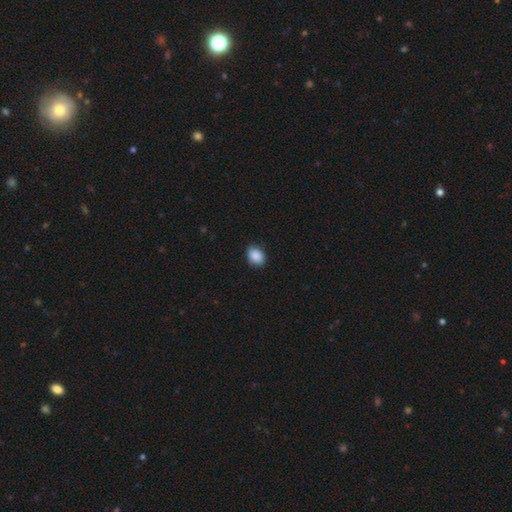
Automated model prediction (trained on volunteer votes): smooth-or-featured: smooth: 89% | star or artifact: 7% | featured or disk: 3%
  how-rounded: in between: 73% | round: 26% | cigar-shaped: 1%
  merging: none: 84% | minor disturbance: 13% | major disturbance: 2% | merger: 1%